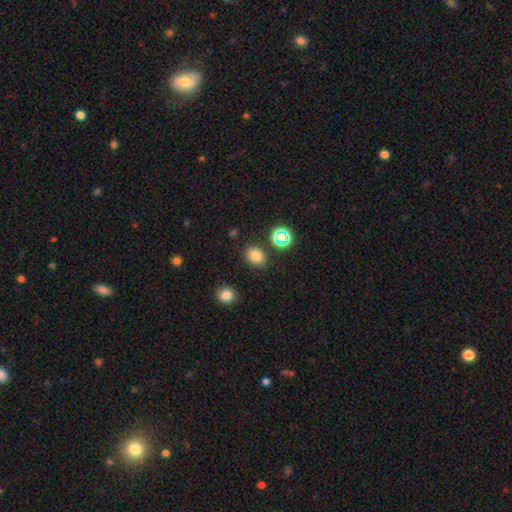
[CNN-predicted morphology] Smooth or featured? smooth (76%)
How rounded? in between (50%)
Merging? none (83%)